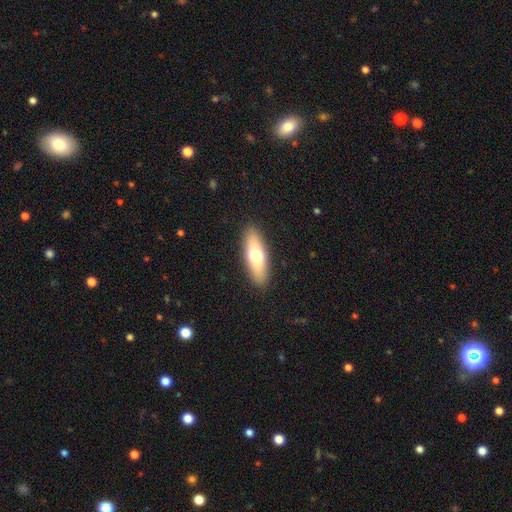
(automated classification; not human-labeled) Smooth or featured? smooth (64%)
How rounded? in between (58%)
Merging? none (89%)